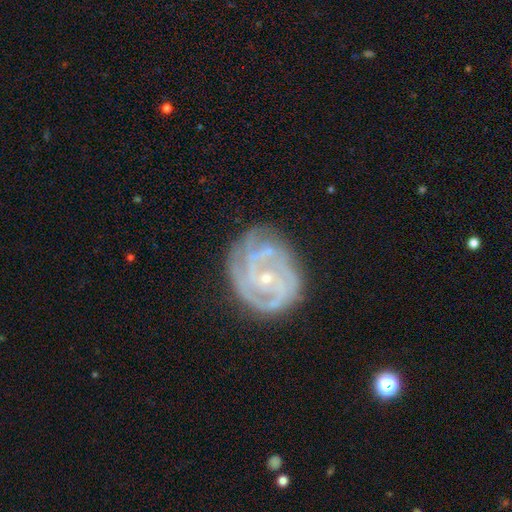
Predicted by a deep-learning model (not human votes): Smooth or featured: featured or disk — 85% (smooth — 8%)
Edge-on disk: no — 98% (yes — 2%)
Bar: no — 66% (weak — 26%)
Spiral arms: yes — 93% (no — 7%)
Spiral winding: tight — 60% (medium — 32%)
Spiral arm count: 3 — 32% (2 — 24%)
Bulge size: small — 73% (moderate — 22%)
Merging: none — 62% (minor disturbance — 22%)